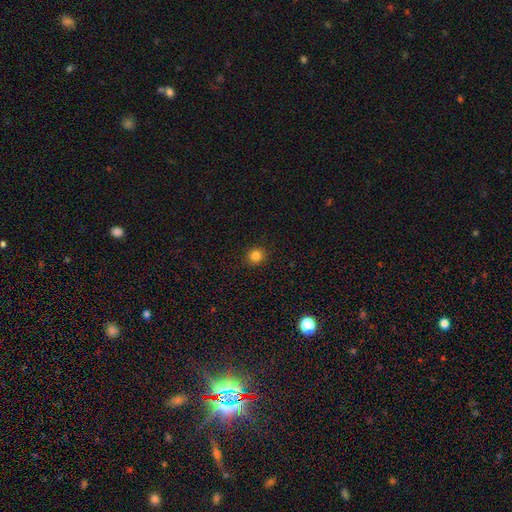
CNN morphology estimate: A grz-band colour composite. It shows a smooth galaxy with no disk features (83%) that is round (89%). Merging: none (92%).